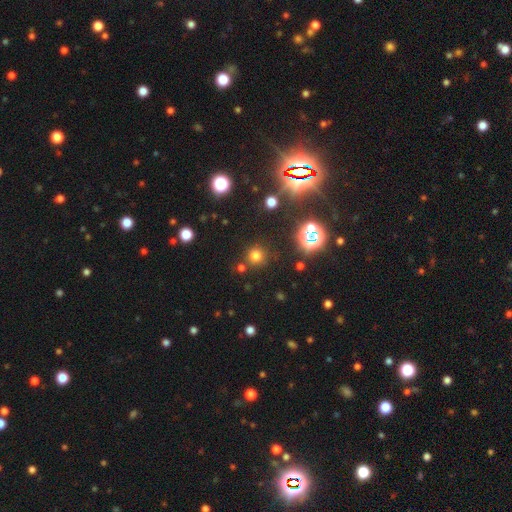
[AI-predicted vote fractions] A smooth galaxy with no disk features (67%) that is round (94%).

Vote fractions:
- Smooth or featured? smooth: 67% / star or artifact: 26% / featured or disk: 6%
- How rounded? round: 94% / in between: 5% / cigar-shaped: 1%
- Merging? none: 84% / minor disturbance: 7% / merger: 5% / major disturbance: 3%